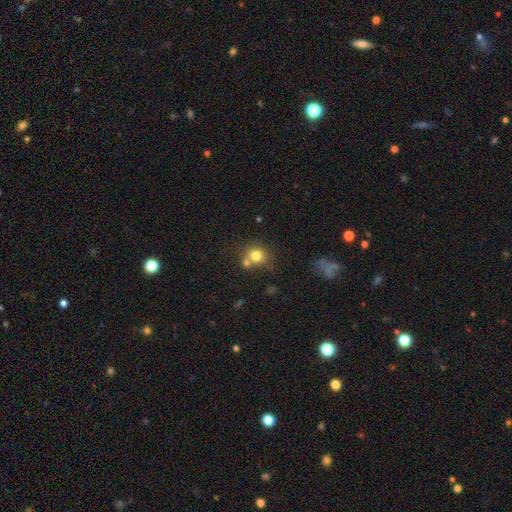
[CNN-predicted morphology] smooth_or_featured: smooth (p=0.77) [alt: star or artifact p=0.12]
how_rounded: round (p=0.82) [alt: in between p=0.17]
merging: none (p=0.55) [alt: merger p=0.29]